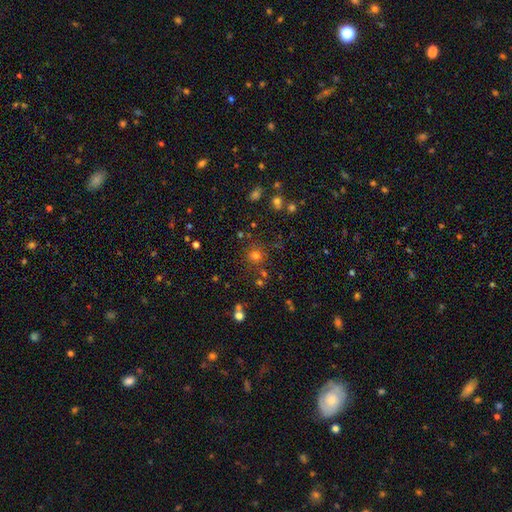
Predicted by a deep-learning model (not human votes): Smooth or featured?
  - smooth: 69% *
  - star or artifact: 24%
  - featured or disk: 7%
How rounded?
  - round: 91% *
  - in between: 8%
  - cigar-shaped: 1%
Merging?
  - none: 82% *
  - minor disturbance: 9%
  - merger: 5%
  - major disturbance: 4%